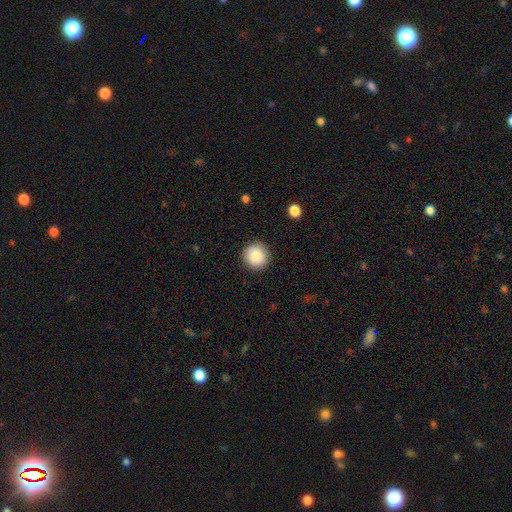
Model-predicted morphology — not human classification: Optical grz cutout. It shows a smooth galaxy with no disk features (88%) that is round (93%). Merging: none (91%).